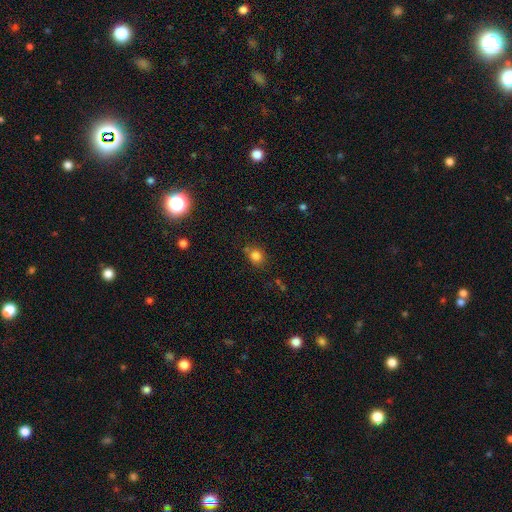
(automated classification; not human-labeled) A smooth galaxy with no disk features (81%) that is round (72%).

Vote fractions:
- Smooth or featured? smooth: 81% / star or artifact: 13% / featured or disk: 6%
- How rounded? round: 72% / in between: 27% / cigar-shaped: 1%
- Merging? none: 72% / minor disturbance: 16% / merger: 8% / major disturbance: 5%